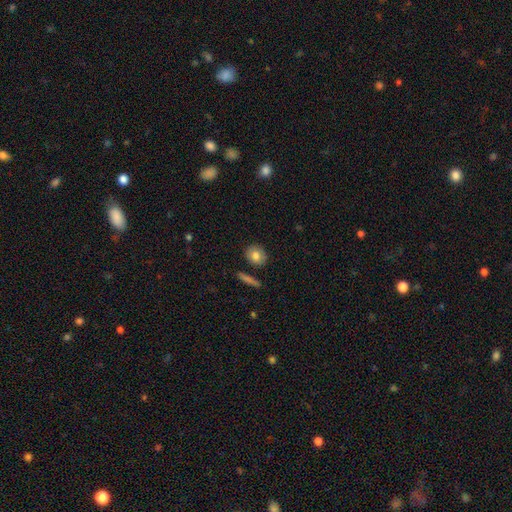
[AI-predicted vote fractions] This is clearly a smooth galaxy (80%). How rounded: likely round (71%). Merging: clearly none (85%).